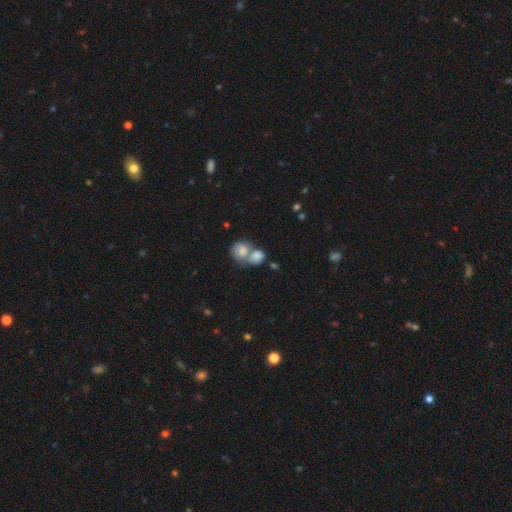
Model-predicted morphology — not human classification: Smooth or featured: smooth — 75% (featured or disk — 16%)
How rounded: round — 62% (in between — 37%)
Merging: merger — 67% (none — 23%)